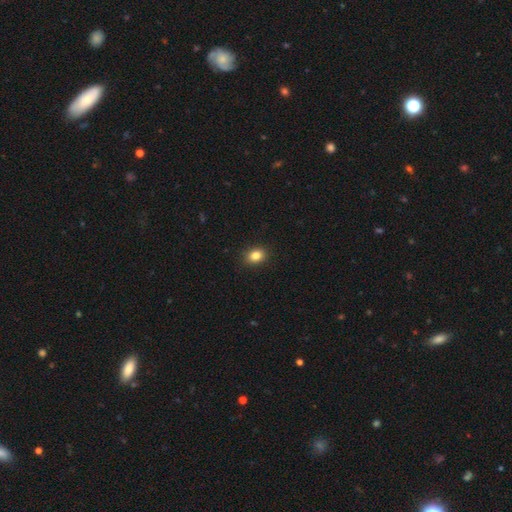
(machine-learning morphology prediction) This is clearly a smooth galaxy (84%). How rounded: likely in between (63%). Merging: clearly none (90%).